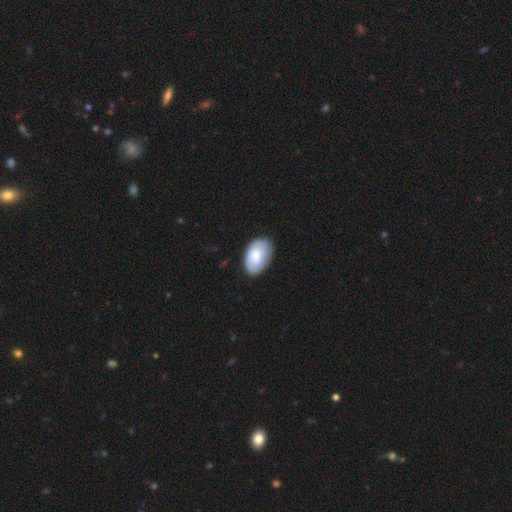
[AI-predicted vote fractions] smooth_or_featured: smooth (p=0.68) [alt: featured or disk p=0.26]
how_rounded: in between (p=0.91) [alt: round p=0.08]
merging: none (p=0.78) [alt: minor disturbance p=0.18]